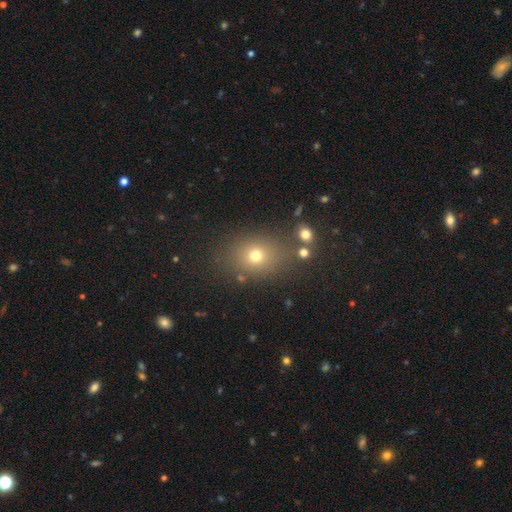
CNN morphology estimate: The model was most divided on "how rounded": in between: 50%, round: 48%, cigar-shaped: 1%. More confident: merging — none (77%); smooth or featured — smooth (70%).